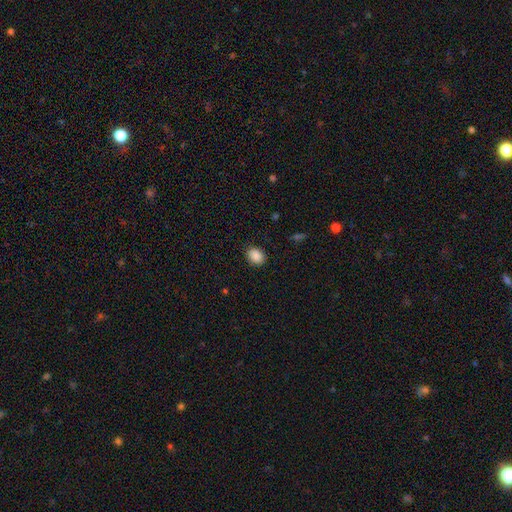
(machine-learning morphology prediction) Q: Smooth or featured?
A: smooth (89%); runner-up: star or artifact (8%)
Q: How rounded?
A: in between (58%); runner-up: round (41%)
Q: Merging?
A: none (87%); runner-up: minor disturbance (9%)